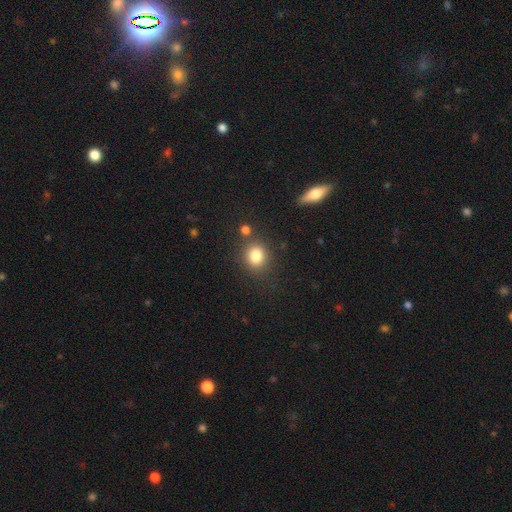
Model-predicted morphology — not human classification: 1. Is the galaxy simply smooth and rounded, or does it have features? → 82% smooth, 11% star or artifact, 6% featured or disk.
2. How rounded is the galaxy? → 72% round, 27% in between, 1% cigar-shaped.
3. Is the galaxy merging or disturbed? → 78% none, 11% minor disturbance, 7% merger, 4% major disturbance.